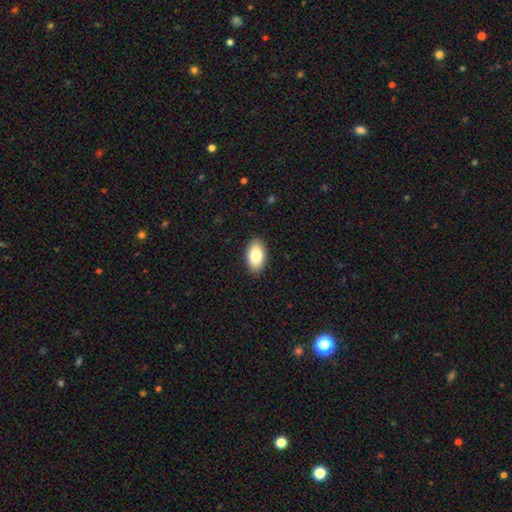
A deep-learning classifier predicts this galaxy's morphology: A smooth galaxy with no disk features (81%) that is in between round and cigar-shaped (93%).

Vote fractions:
- Smooth or featured? smooth: 81% / featured or disk: 12% / star or artifact: 7%
- How rounded? in between: 93% / round: 5% / cigar-shaped: 2%
- Merging? none: 90% / minor disturbance: 8% / major disturbance: 2% / merger: 1%